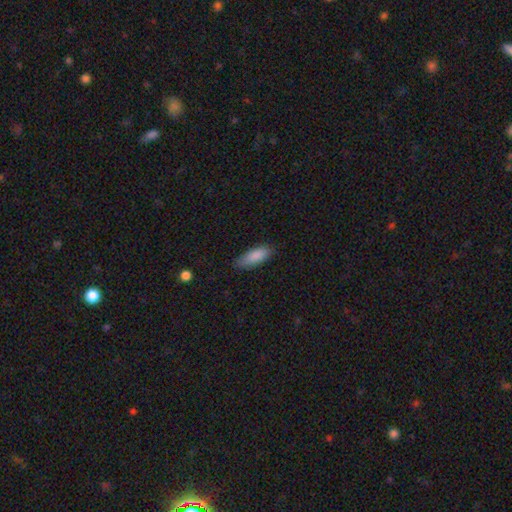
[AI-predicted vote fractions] Smooth or featured: smooth — 88% (featured or disk — 6%)
How rounded: in between — 69% (cigar-shaped — 29%)
Merging: none — 80% (minor disturbance — 16%)